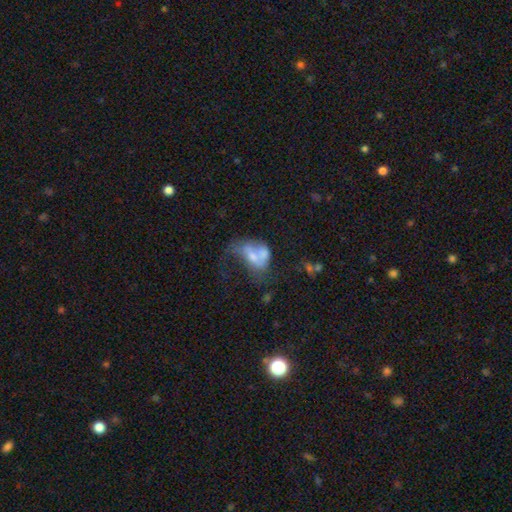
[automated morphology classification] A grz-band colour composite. It shows a smooth galaxy with no disk features (45%). Merging: merger (38%).